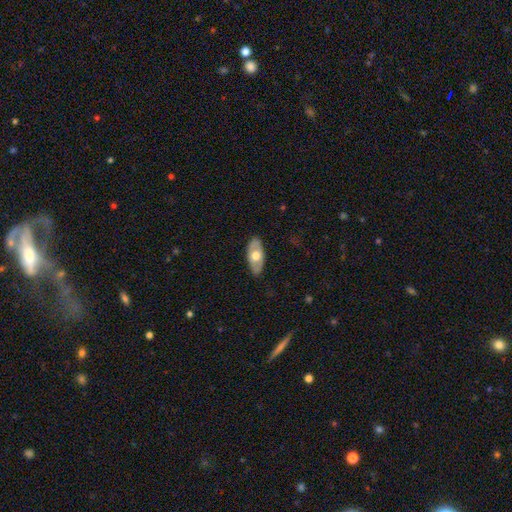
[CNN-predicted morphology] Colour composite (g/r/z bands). It shows a smooth galaxy with no disk features (54%) that is in between round and cigar-shaped (90%). Merging: none (85%).